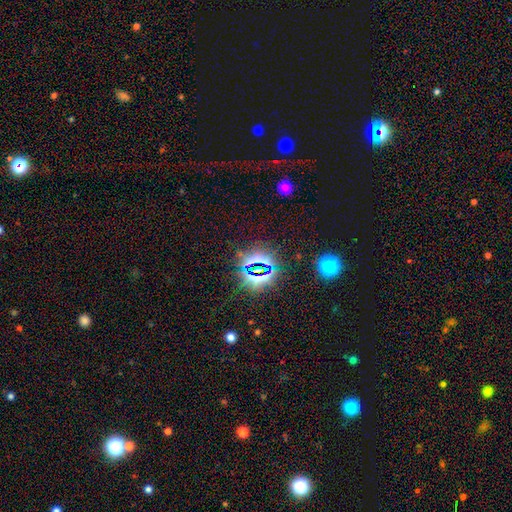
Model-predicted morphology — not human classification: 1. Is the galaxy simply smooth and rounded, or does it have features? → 81% star or artifact, 11% smooth, 8% featured or disk.